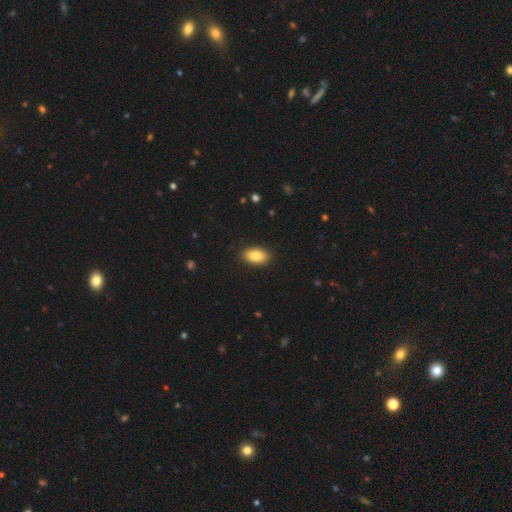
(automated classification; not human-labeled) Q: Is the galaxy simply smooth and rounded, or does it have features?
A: smooth — 85%.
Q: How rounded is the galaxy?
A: in between — 92%.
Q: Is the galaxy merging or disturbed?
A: none — 89%.